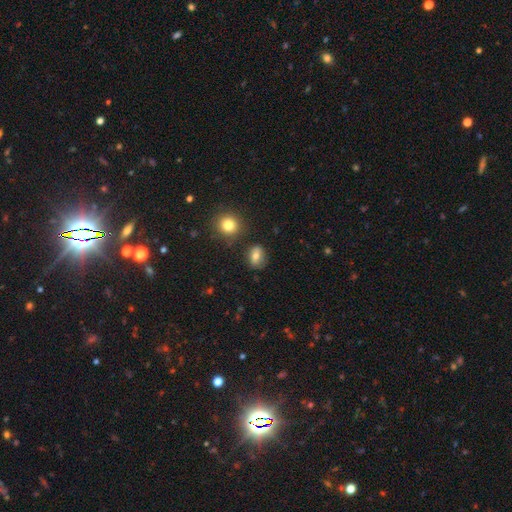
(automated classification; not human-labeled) Smooth or featured: smooth — 72% (featured or disk — 17%)
How rounded: in between — 59% (round — 38%)
Merging: none — 80% (minor disturbance — 13%)